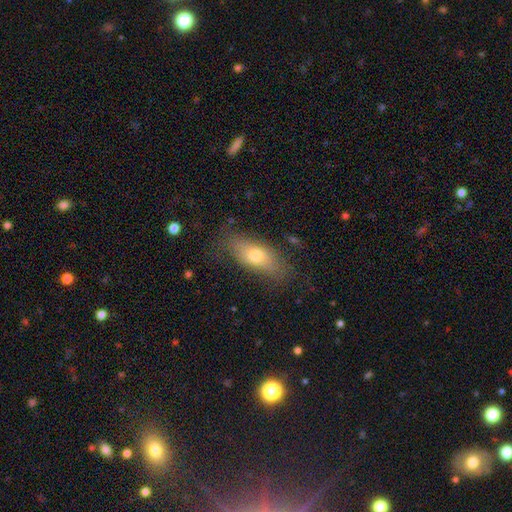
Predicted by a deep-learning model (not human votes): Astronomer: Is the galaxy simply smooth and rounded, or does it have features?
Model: smooth — 69%.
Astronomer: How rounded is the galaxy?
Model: in between — 77%.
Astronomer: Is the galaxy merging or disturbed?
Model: none — 73%.